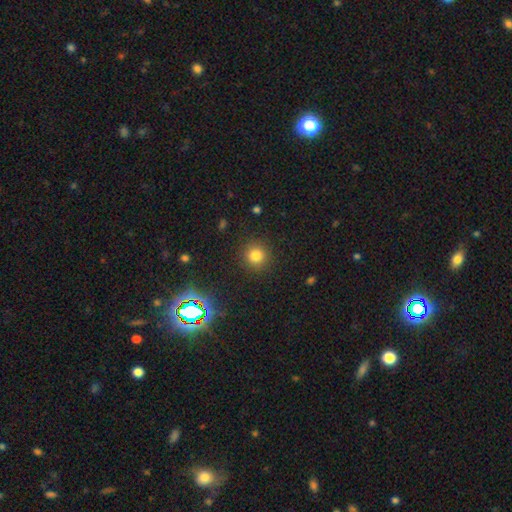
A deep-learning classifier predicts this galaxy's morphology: smooth 80%, star or artifact 15%, featured or disk 6%. Down the decision tree: how rounded — round (93%); merging — none (90%).